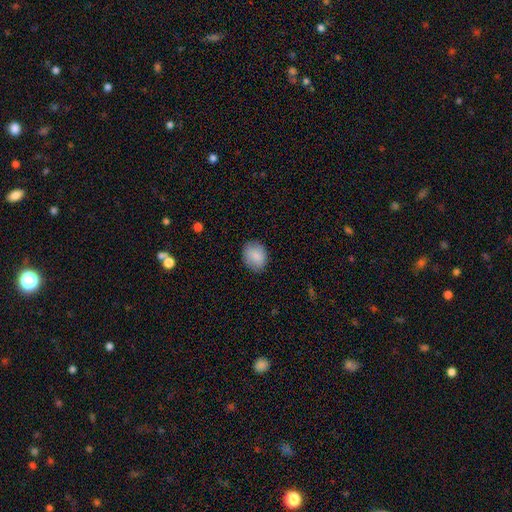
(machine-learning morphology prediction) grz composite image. It shows a smooth galaxy with no disk features (86%) that is in between round and cigar-shaped (55%). Merging: none (80%).